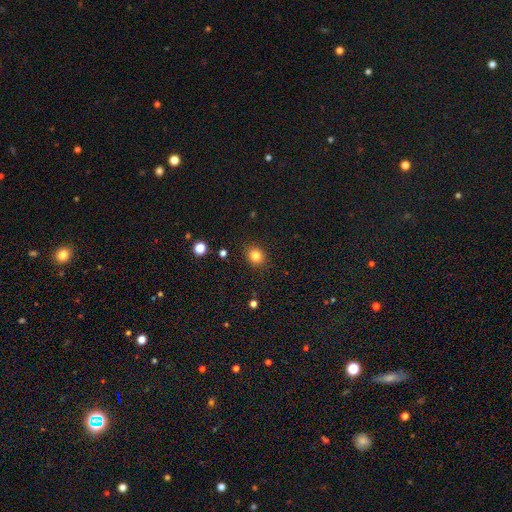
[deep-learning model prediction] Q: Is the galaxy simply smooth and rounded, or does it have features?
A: smooth — 82%.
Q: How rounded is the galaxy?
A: round — 73%.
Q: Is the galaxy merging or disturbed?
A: none — 90%.